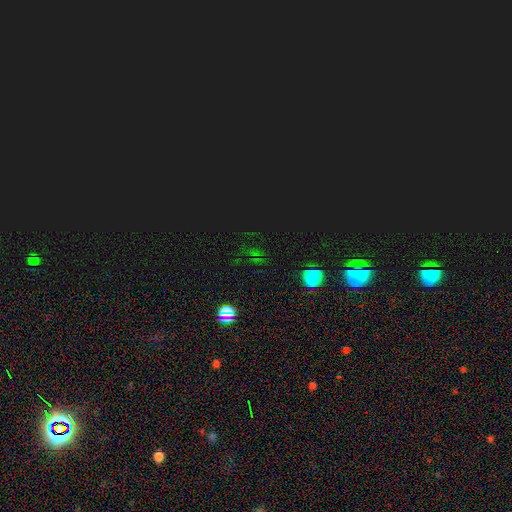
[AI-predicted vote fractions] Smooth or featured? star or artifact (78%)